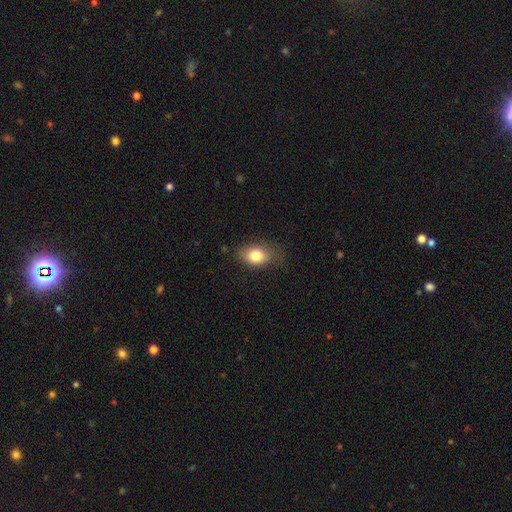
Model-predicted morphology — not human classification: smooth-or-featured: smooth: 80% | featured or disk: 12% | star or artifact: 9%
  how-rounded: in between: 80% | round: 19% | cigar-shaped: 2%
  merging: none: 68% | minor disturbance: 24% | major disturbance: 7% | merger: 1%